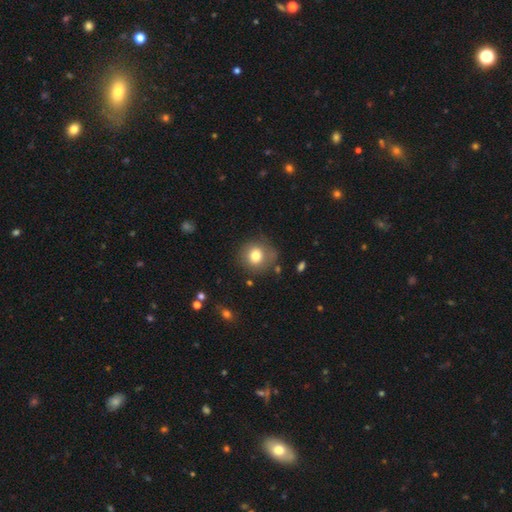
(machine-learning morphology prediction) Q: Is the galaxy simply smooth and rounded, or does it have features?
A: smooth — 78%.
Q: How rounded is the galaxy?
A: round — 89%.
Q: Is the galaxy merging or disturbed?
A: none — 77%.